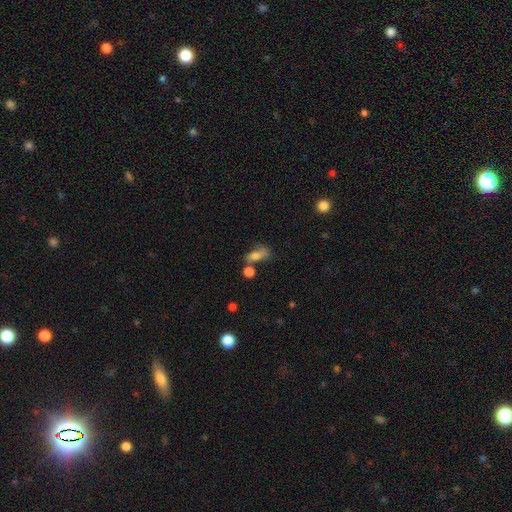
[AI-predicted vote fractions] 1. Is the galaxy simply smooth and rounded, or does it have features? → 64% smooth, 24% featured or disk, 13% star or artifact.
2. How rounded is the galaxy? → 71% in between, 15% cigar-shaped, 14% round.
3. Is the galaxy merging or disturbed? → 38% none, 24% merger, 22% minor disturbance, 16% major disturbance.